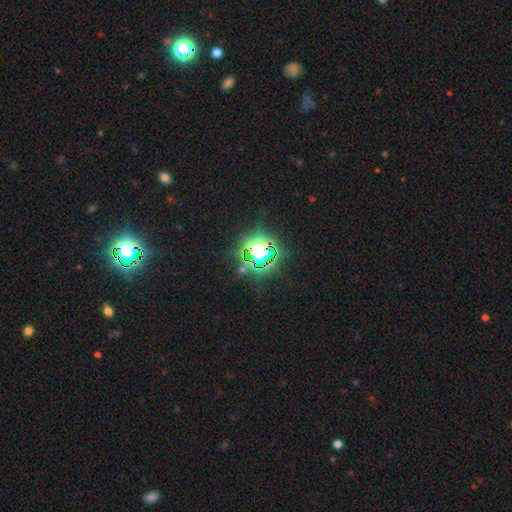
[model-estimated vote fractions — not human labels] Smooth or featured: star or artifact — 80% (smooth — 12%)